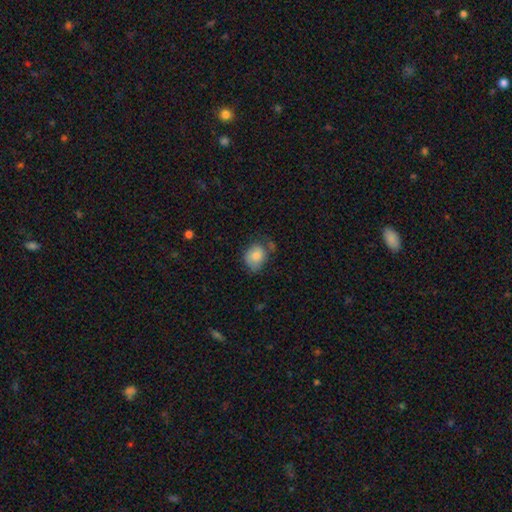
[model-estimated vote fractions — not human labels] smooth-or-featured: smooth: 81% | featured or disk: 11% | star or artifact: 8%
  how-rounded: in between: 50% | round: 49% | cigar-shaped: 1%
  merging: none: 51% | minor disturbance: 31% | major disturbance: 11% | merger: 6%